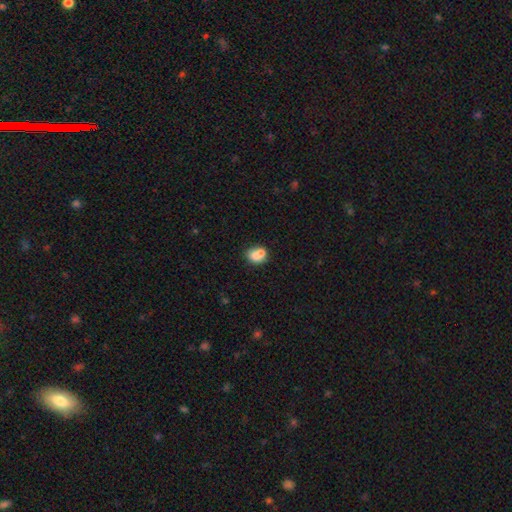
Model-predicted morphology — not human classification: Smooth or featured? smooth (74%)
How rounded? round (52%)
Merging? merger (45%)